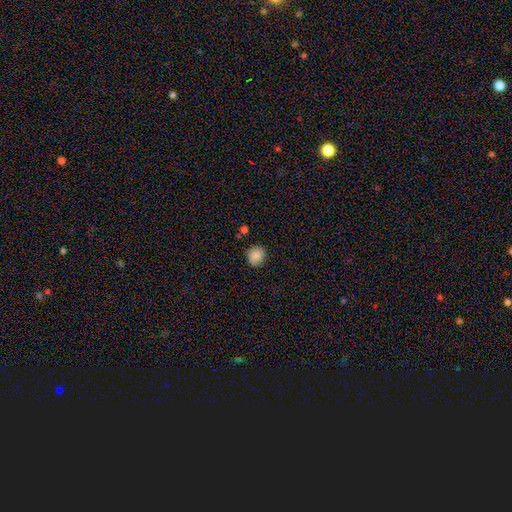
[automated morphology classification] type=smooth (85%); roundness=round (89%); merging=none (85%).